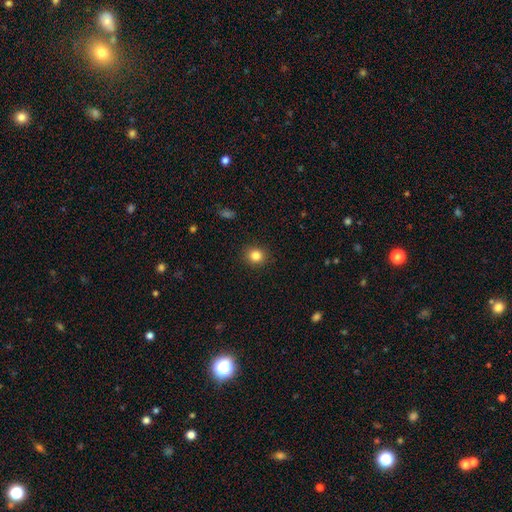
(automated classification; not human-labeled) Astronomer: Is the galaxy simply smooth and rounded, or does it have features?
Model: smooth — 83%.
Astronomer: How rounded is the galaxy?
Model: round — 82%.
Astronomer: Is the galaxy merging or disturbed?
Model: none — 91%.